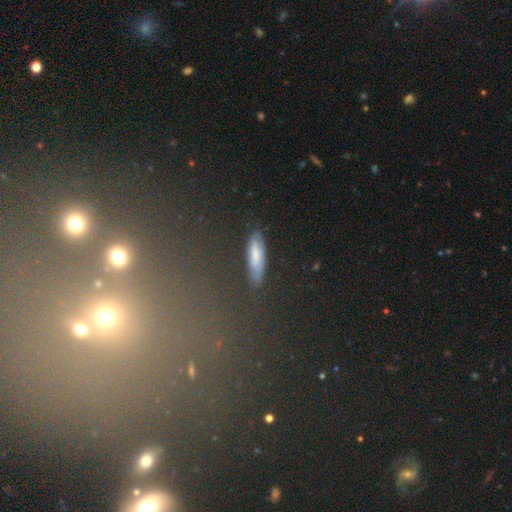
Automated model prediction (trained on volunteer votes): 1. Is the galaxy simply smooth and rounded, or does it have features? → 61% smooth, 28% featured or disk, 12% star or artifact.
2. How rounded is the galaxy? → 65% cigar-shaped, 33% in between, 3% round.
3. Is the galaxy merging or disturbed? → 77% none, 16% minor disturbance, 4% major disturbance, 2% merger.